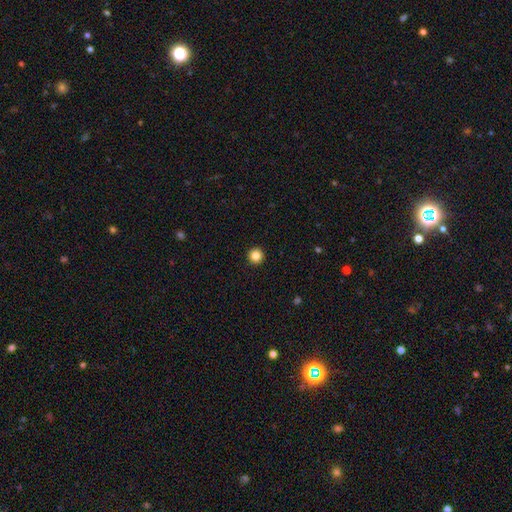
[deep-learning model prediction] smooth_or_featured: smooth (p=0.86) [alt: star or artifact p=0.11]
how_rounded: round (p=0.96) [alt: in between p=0.03]
merging: none (p=0.94) [alt: minor disturbance p=0.04]